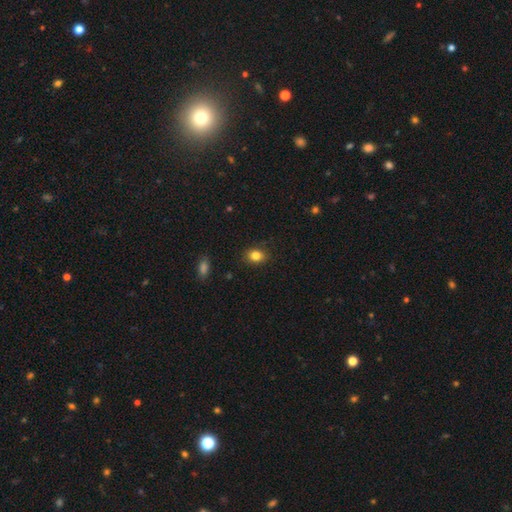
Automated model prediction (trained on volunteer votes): This appears to be a smooth galaxy with no disk features (84%) that is in between round and cigar-shaped (62%). Merging: none (86%).